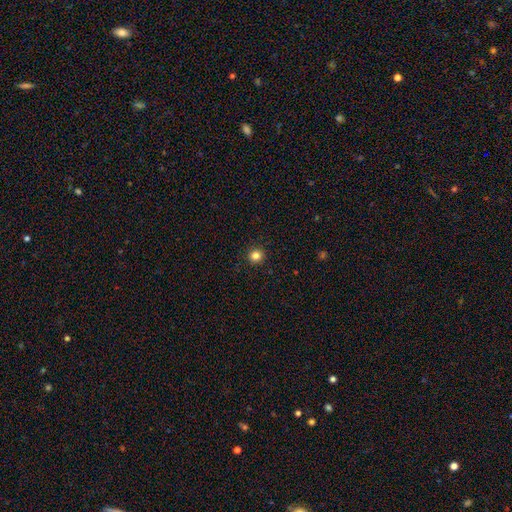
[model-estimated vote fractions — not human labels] Overall: smooth (83%). How rounded: round (94%). Merging: none (93%).